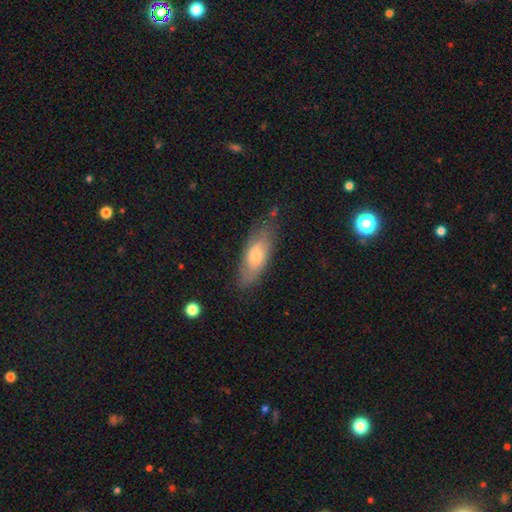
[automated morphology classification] The model was most divided on "smooth or featured": smooth: 58%, featured or disk: 35%, star or artifact: 7%. More confident: merging — none (74%); how rounded — in between (72%).